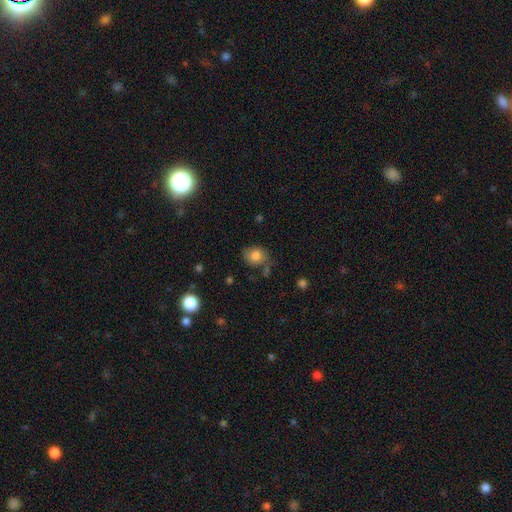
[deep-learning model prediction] Smooth or featured?
  - smooth: 80% *
  - featured or disk: 10%
  - star or artifact: 10%
How rounded?
  - round: 63% *
  - in between: 36%
  - cigar-shaped: 1%
Merging?
  - none: 68% *
  - minor disturbance: 19%
  - merger: 7%
  - major disturbance: 6%